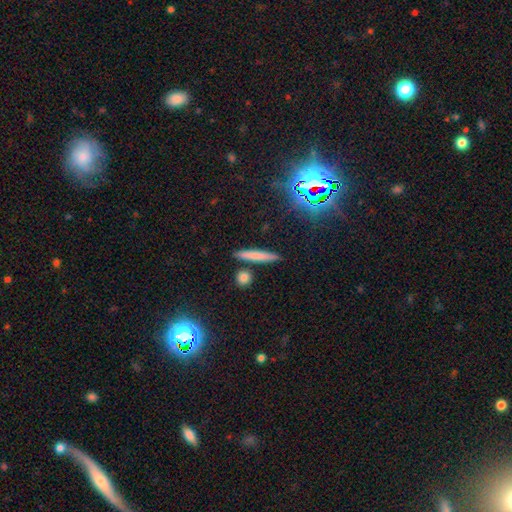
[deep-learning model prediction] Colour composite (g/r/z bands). It shows a smooth galaxy with no disk features (71%) that is cigar-shaped (91%). Merging: none (86%).